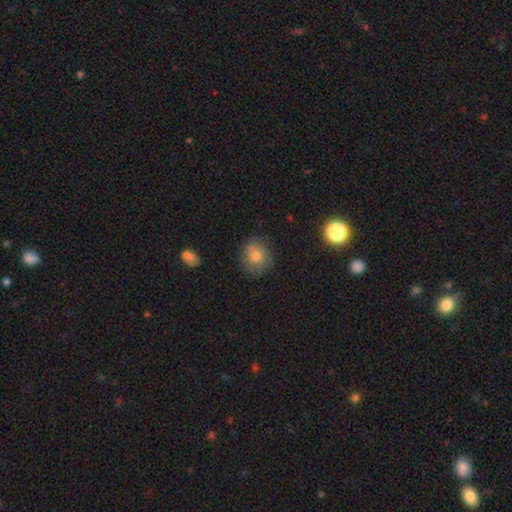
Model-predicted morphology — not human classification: This appears to be a smooth galaxy with no disk features (73%) that is round (75%). Merging: none (78%).